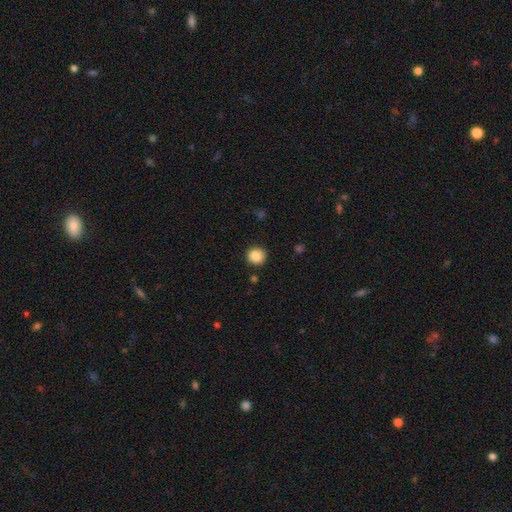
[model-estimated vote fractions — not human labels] This is clearly a smooth galaxy (87%). How rounded: clearly round (91%). Merging: clearly none (87%).